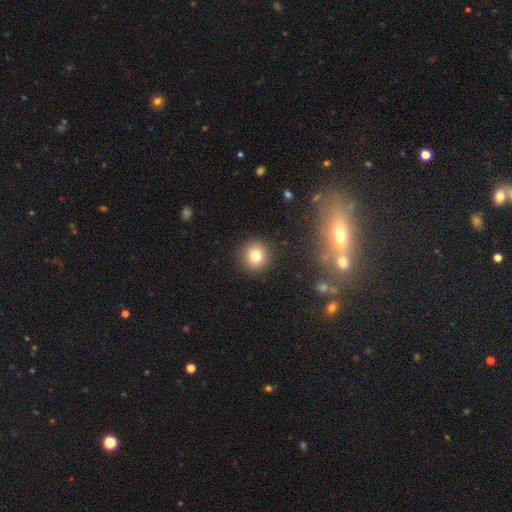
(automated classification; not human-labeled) A smooth galaxy with no disk features (80%) that is round (92%).

Vote fractions:
- Smooth or featured? smooth: 80% / star or artifact: 12% / featured or disk: 9%
- How rounded? round: 92% / in between: 7% / cigar-shaped: 1%
- Merging? none: 91% / minor disturbance: 6% / major disturbance: 2% / merger: 1%